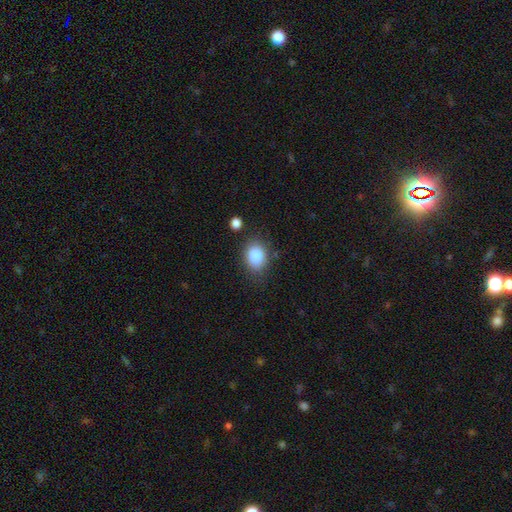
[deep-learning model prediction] smooth_or_featured: smooth (p=0.86) [alt: star or artifact p=0.09]
how_rounded: in between (p=0.62) [alt: round p=0.37]
merging: none (p=0.78) [alt: minor disturbance p=0.14]